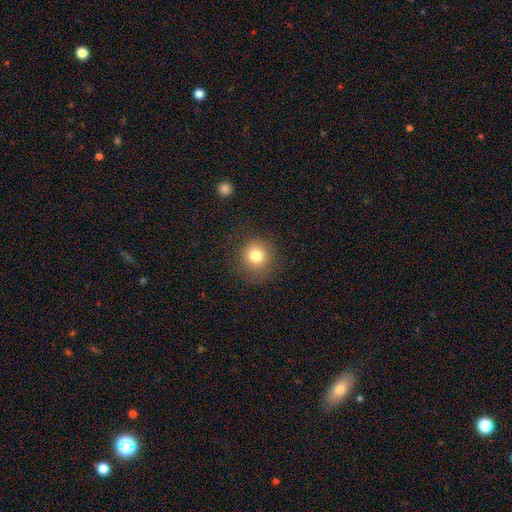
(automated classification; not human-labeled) Q: Smooth or featured?
A: smooth (79%); runner-up: star or artifact (12%)
Q: How rounded?
A: round (91%); runner-up: in between (8%)
Q: Merging?
A: none (84%); runner-up: minor disturbance (10%)